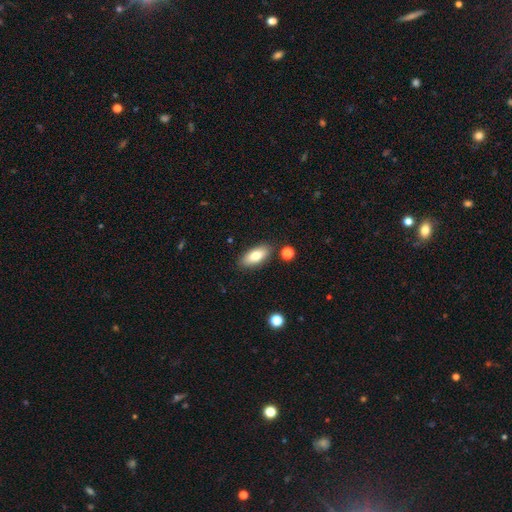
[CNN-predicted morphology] This appears to be a smooth galaxy with no disk features (77%) that is in between round and cigar-shaped (86%). Merging: none (85%).